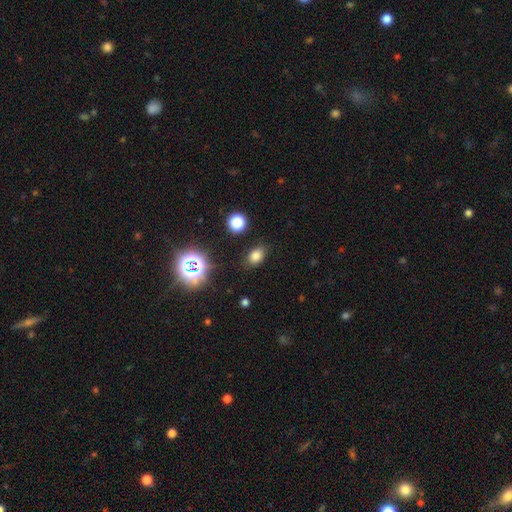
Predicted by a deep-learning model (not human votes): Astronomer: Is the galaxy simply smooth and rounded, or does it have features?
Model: smooth — 74%.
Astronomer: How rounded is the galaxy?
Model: in between — 74%.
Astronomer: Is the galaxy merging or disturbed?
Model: none — 83%.